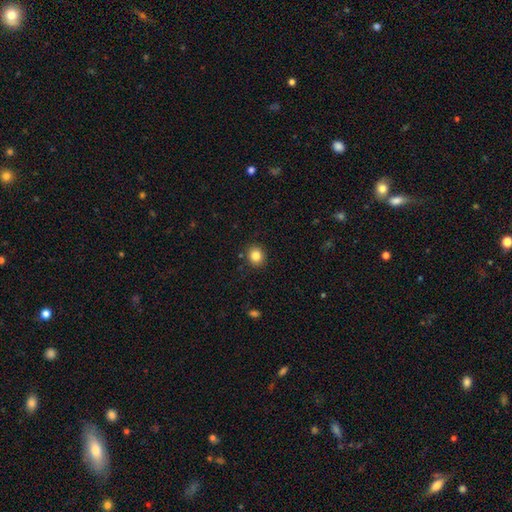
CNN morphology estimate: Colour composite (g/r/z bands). It shows a smooth galaxy with no disk features (83%) that is round (80%). Merging: none (89%).